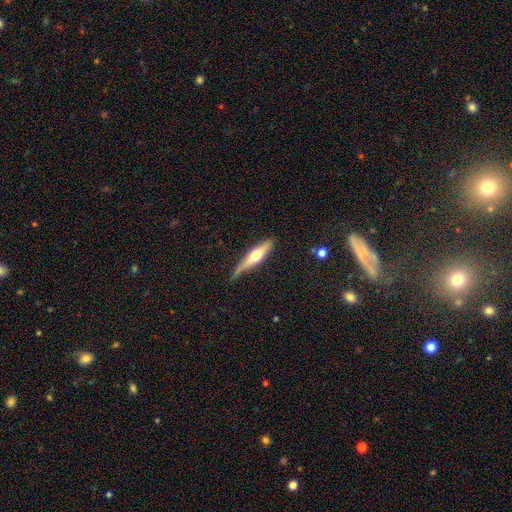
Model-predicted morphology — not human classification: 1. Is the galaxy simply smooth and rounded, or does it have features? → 56% featured or disk, 38% smooth, 5% star or artifact.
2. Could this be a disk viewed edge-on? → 93% yes, 7% no.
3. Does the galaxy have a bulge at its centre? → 91% rounded, 4% boxy, 4% none.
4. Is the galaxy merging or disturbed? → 69% none, 24% minor disturbance, 5% major disturbance, 2% merger.